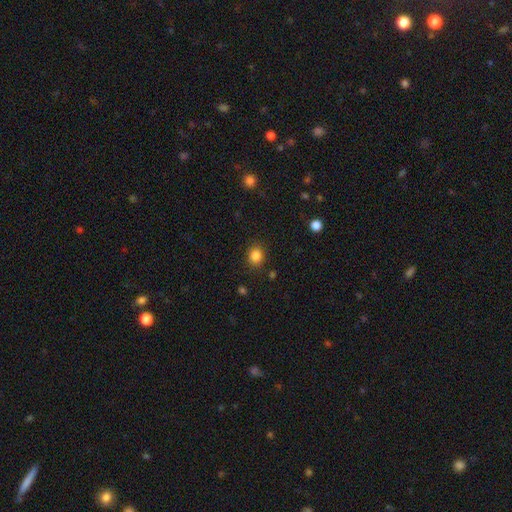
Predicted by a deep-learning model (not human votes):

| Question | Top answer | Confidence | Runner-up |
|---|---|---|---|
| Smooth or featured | smooth | 85% | star or artifact (11%) |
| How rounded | round | 72% | in between (27%) |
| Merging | none | 85% | minor disturbance (10%) |